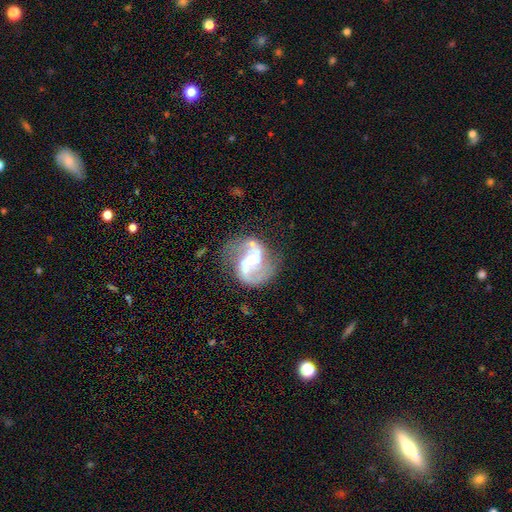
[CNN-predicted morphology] The model was most divided on "bar": weak: 45%, no: 34%, strong: 21%. Remaining: edge-on disk — no (98%); spiral arms — yes (96%); spiral arm count — 2 (92%); smooth or featured — featured or disk (88%); merging — none (66%); spiral winding — medium (52%); bulge size — small (45%).